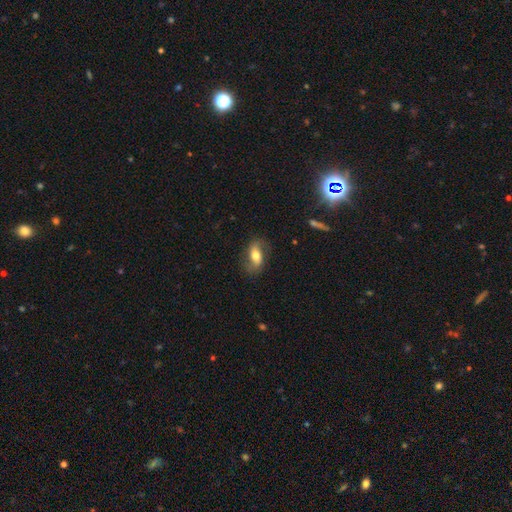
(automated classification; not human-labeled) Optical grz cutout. It shows a smooth galaxy with no disk features (47%). Merging: none (73%).